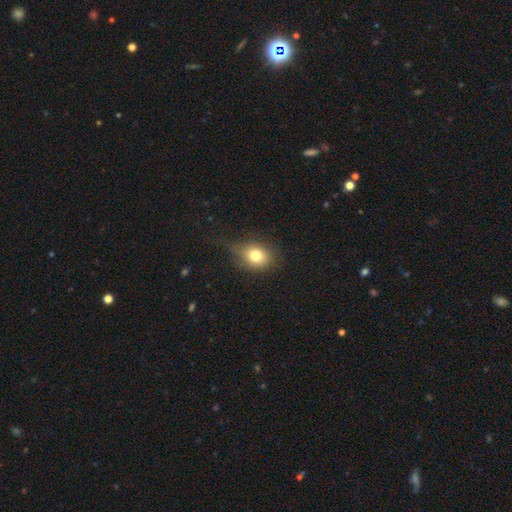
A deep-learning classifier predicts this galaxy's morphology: smooth 77%, star or artifact 12%, featured or disk 12%. Down the decision tree: how rounded — round (50%); merging — none (62%).